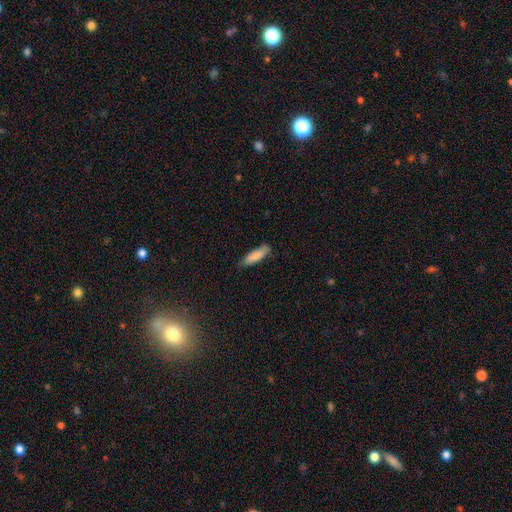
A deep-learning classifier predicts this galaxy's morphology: smooth_or_featured: smooth (p=0.85) [alt: featured or disk p=0.10]
how_rounded: cigar-shaped (p=0.62) [alt: in between p=0.37]
merging: none (p=0.80) [alt: minor disturbance p=0.16]